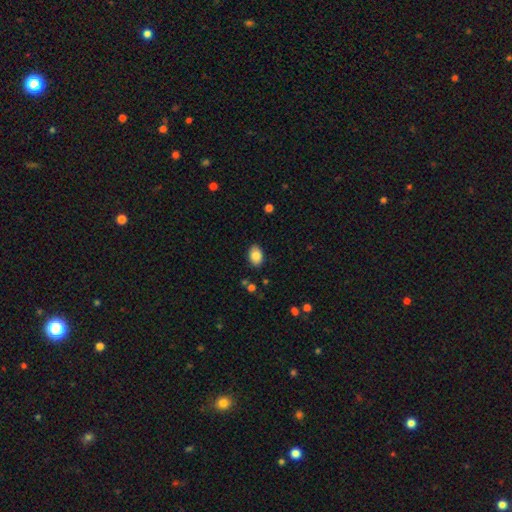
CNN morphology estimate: This appears to be a smooth galaxy with no disk features (86%) that is in between round and cigar-shaped (87%). Merging: none (86%).